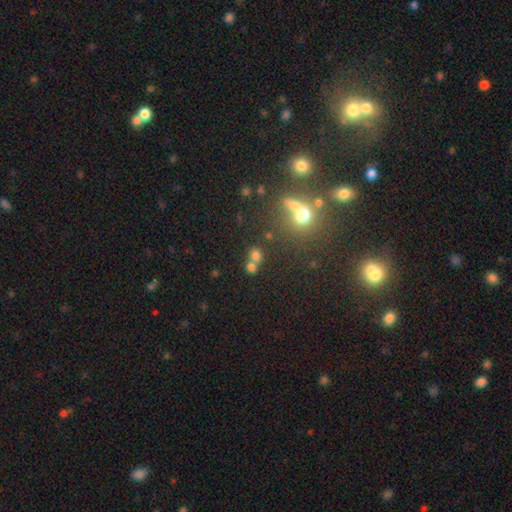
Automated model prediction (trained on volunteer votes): A smooth galaxy with no disk features (69%) that is round (72%).

Vote fractions:
- Smooth or featured? smooth: 69% / star or artifact: 20% / featured or disk: 11%
- How rounded? round: 72% / in between: 26% / cigar-shaped: 1%
- Merging? none: 45% / merger: 44% / minor disturbance: 8% / major disturbance: 4%